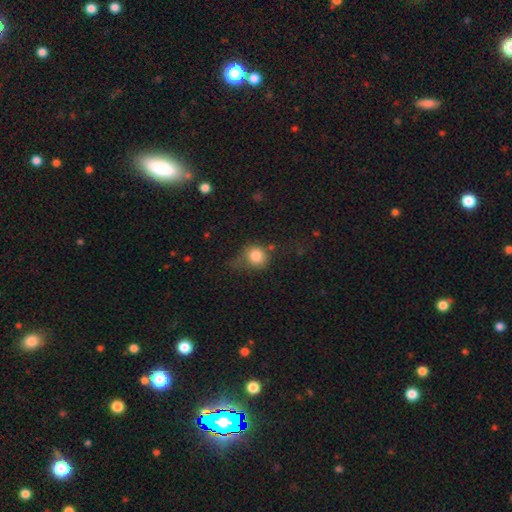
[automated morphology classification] Q: Smooth or featured?
A: smooth (80%); runner-up: star or artifact (10%)
Q: How rounded?
A: round (77%); runner-up: in between (22%)
Q: Merging?
A: none (42%); runner-up: minor disturbance (33%)